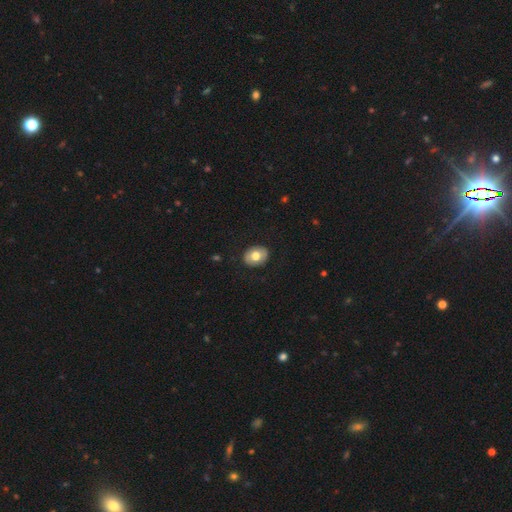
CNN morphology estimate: This is likely a smooth galaxy (71%). How rounded: possibly in between (59%). Merging: clearly none (88%).